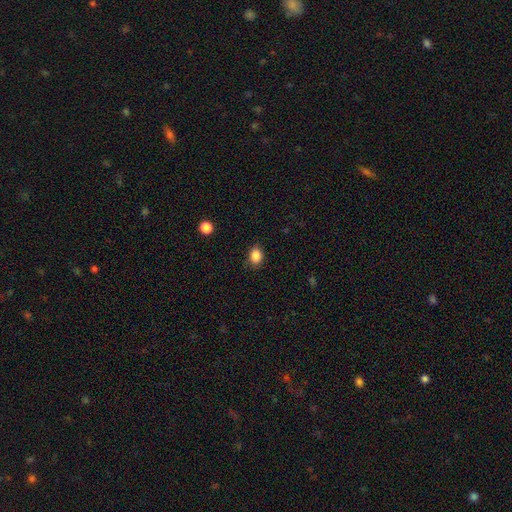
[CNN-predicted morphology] Smooth or featured? smooth (87%)
How rounded? in between (54%)
Merging? none (84%)